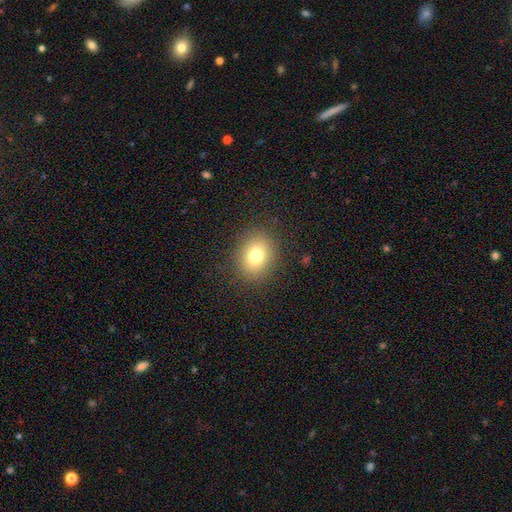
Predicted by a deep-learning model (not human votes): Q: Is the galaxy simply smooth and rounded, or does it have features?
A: smooth — 76%.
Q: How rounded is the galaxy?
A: round — 61%.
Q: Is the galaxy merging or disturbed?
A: none — 87%.